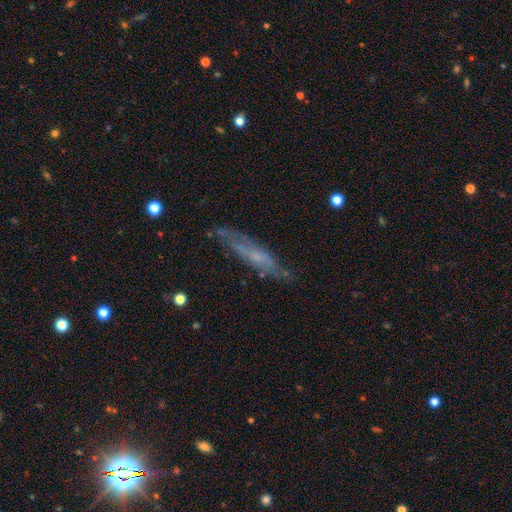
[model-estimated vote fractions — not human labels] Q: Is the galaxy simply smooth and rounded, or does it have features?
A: featured or disk — 56%.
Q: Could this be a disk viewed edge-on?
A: yes — 54%.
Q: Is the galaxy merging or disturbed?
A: none — 67%.